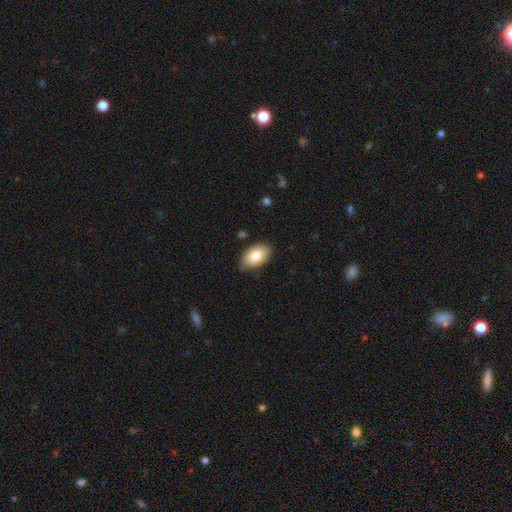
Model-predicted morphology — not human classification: This is clearly a smooth galaxy (81%). How rounded: clearly in between (94%). Merging: clearly none (83%).